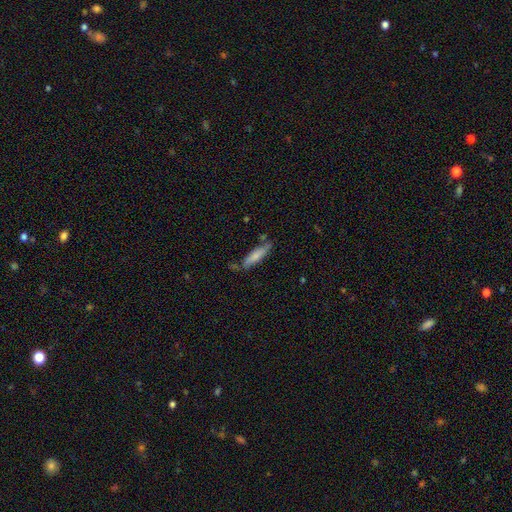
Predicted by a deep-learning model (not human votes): Morphology: type=smooth (71%); roundness=cigar-shaped (80%); merging=none (72%).